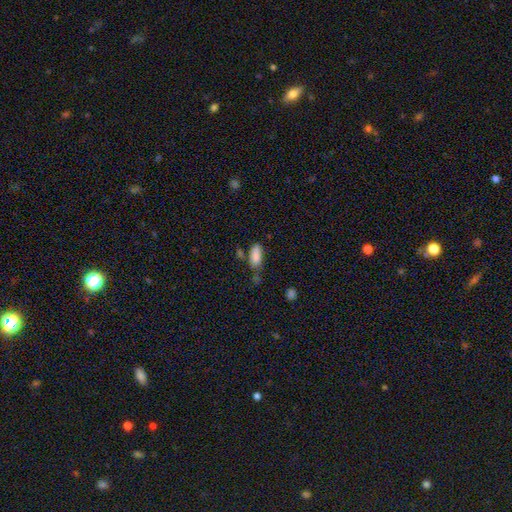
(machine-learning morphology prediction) This appears to be a smooth galaxy with no disk features (85%) that is in between round and cigar-shaped (83%). Merging: none (56%).